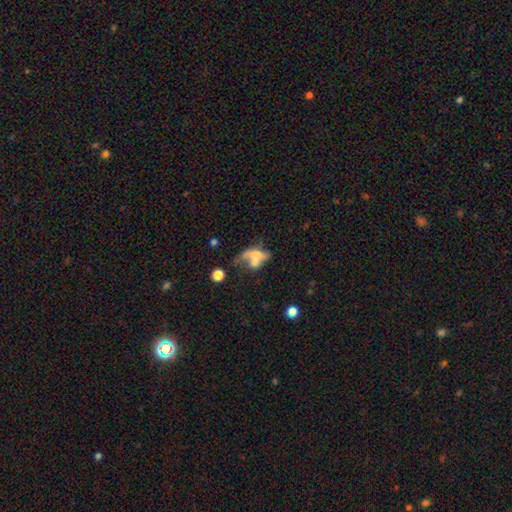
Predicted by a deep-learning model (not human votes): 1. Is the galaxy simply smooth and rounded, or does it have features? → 46% smooth, 43% featured or disk, 11% star or artifact.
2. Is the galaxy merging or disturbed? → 47% merger, 25% none, 16% major disturbance, 12% minor disturbance.